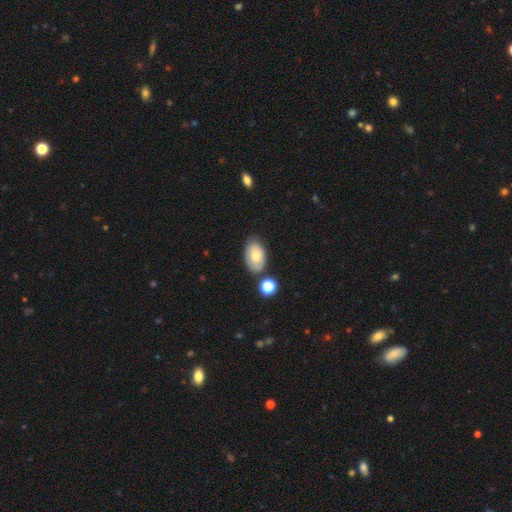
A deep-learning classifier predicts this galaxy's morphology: smooth 75%, featured or disk 17%, star or artifact 8%. Down the decision tree: how rounded — in between (92%); merging — none (70%).